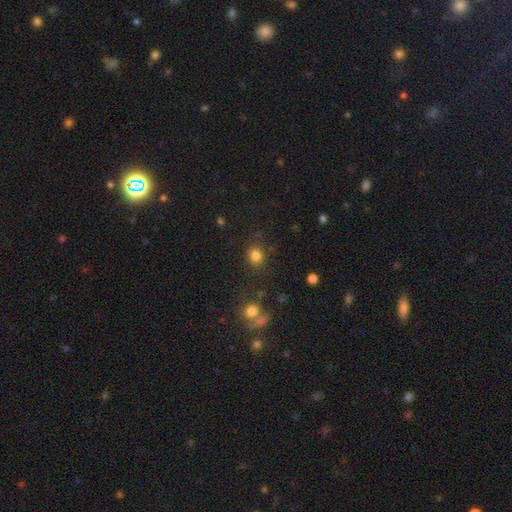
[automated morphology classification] type=smooth (82%); roundness=round (79%); merging=none (83%).